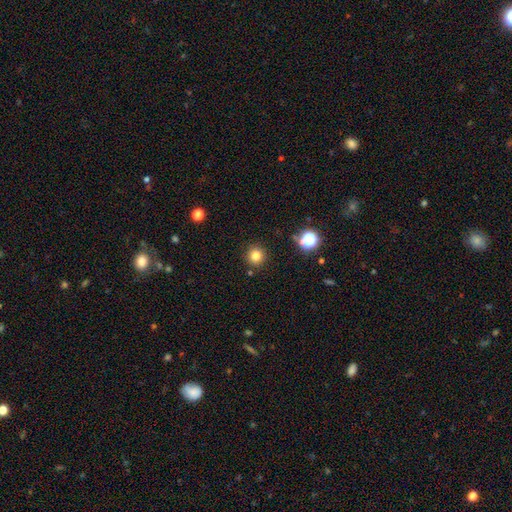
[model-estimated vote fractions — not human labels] smooth-or-featured: smooth: 80% | star or artifact: 14% | featured or disk: 6%
  how-rounded: round: 94% | in between: 5% | cigar-shaped: 1%
  merging: none: 88% | minor disturbance: 7% | merger: 3% | major disturbance: 2%